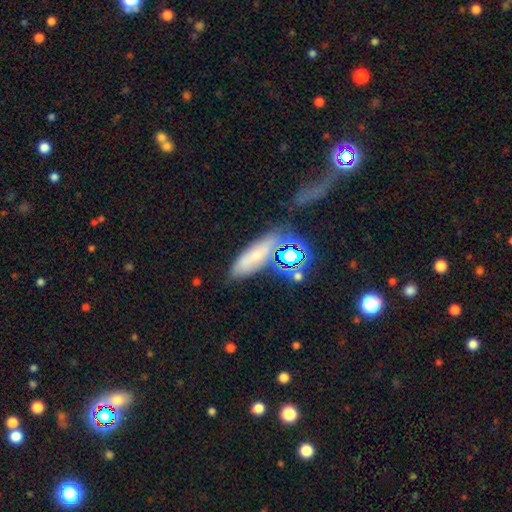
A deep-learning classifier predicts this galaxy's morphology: smooth 51%, featured or disk 25%, star or artifact 24%. Down the decision tree: how rounded — in between (55%); merging — none (59%).